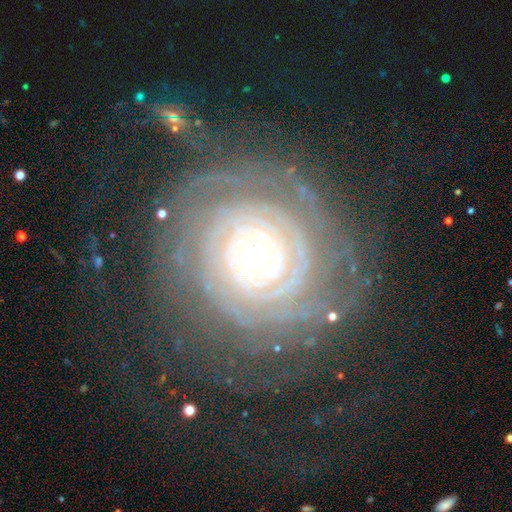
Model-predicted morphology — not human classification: The model was most divided on "spiral arm count": can't tell: 30%, more than 4: 18%, 2: 17%, 3: 14%, 4: 13%, 1: 8%. More confident: edge-on disk — no (96%); spiral arms — yes (96%); spiral winding — tight (88%); smooth or featured — featured or disk (87%); bar — no (78%); merging — none (76%); bulge size — moderate (62%).